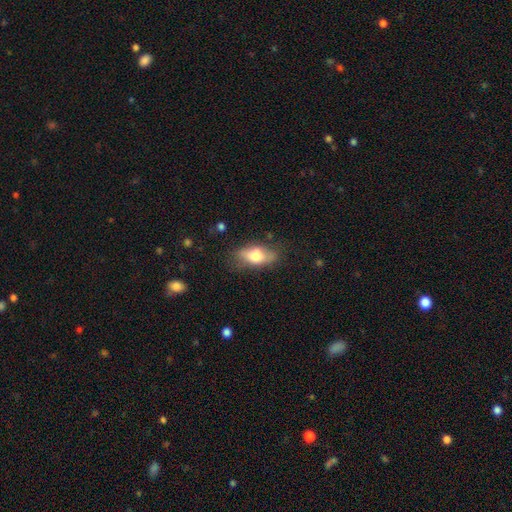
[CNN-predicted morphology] smooth-or-featured: smooth: 67% | featured or disk: 26% | star or artifact: 7%
  how-rounded: in between: 81% | cigar-shaped: 13% | round: 6%
  merging: none: 70% | minor disturbance: 21% | major disturbance: 6% | merger: 2%